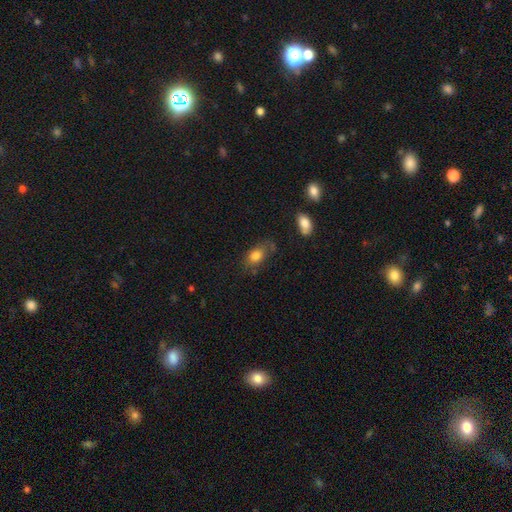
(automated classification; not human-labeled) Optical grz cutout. It shows a smooth galaxy with no disk features (80%) that is in between round and cigar-shaped (80%). Merging: none (57%).